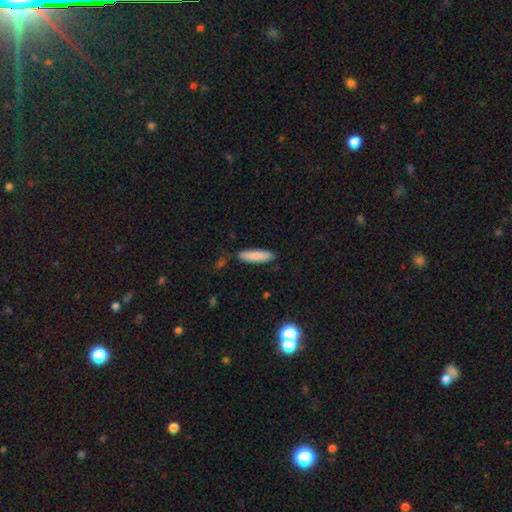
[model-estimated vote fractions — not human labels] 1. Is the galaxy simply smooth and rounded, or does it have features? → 86% smooth, 8% featured or disk, 6% star or artifact.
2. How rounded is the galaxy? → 70% cigar-shaped, 28% in between, 1% round.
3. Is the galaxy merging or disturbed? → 84% none, 12% minor disturbance, 2% major disturbance, 2% merger.